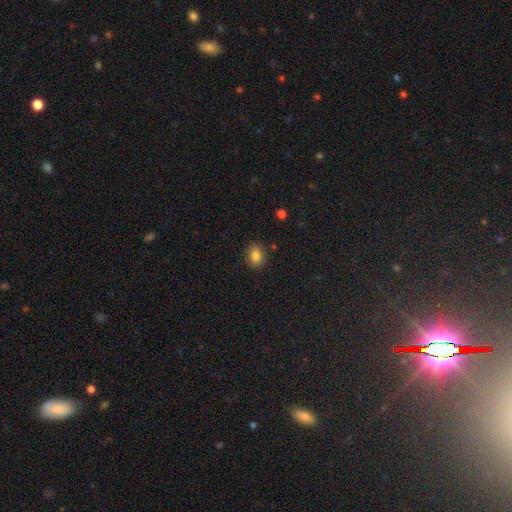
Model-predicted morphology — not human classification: A smooth galaxy with no disk features (83%) that is in between round and cigar-shaped (57%). Merging: none (87%).